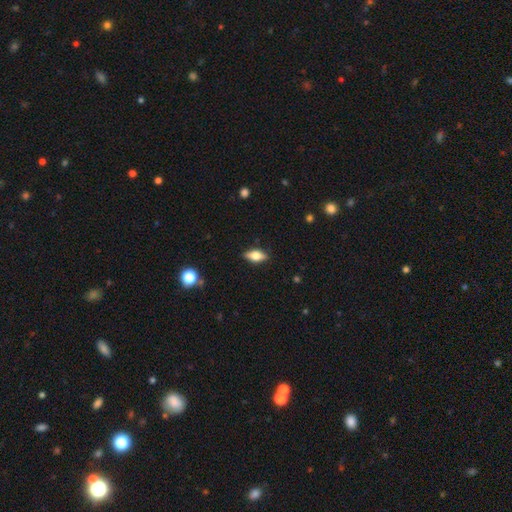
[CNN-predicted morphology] Smooth or featured? smooth (61%)
How rounded? in between (81%)
Merging? none (86%)